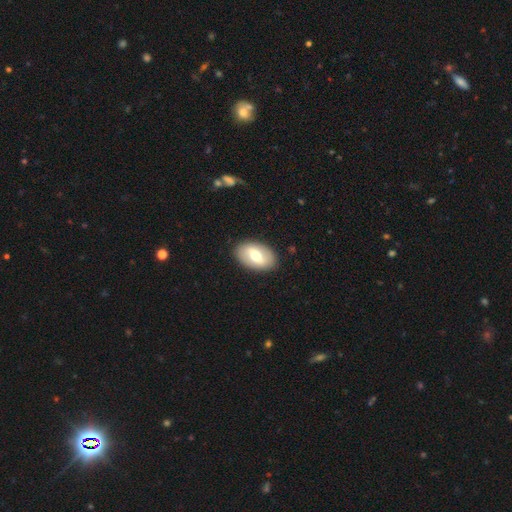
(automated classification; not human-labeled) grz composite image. It shows a smooth galaxy with no disk features (52%) that is in between round and cigar-shaped (90%). Merging: none (88%).